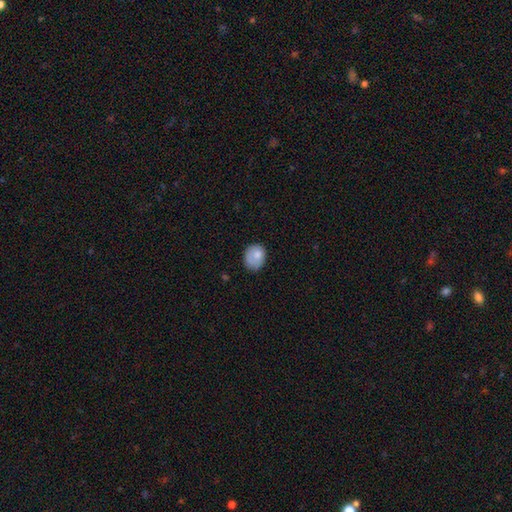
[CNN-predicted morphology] A smooth galaxy with no disk features (79%) that is round (51%).

Vote fractions:
- Smooth or featured? smooth: 79% / featured or disk: 13% / star or artifact: 8%
- How rounded? round: 51% / in between: 48% / cigar-shaped: 1%
- Merging? none: 59% / minor disturbance: 29% / major disturbance: 10% / merger: 2%